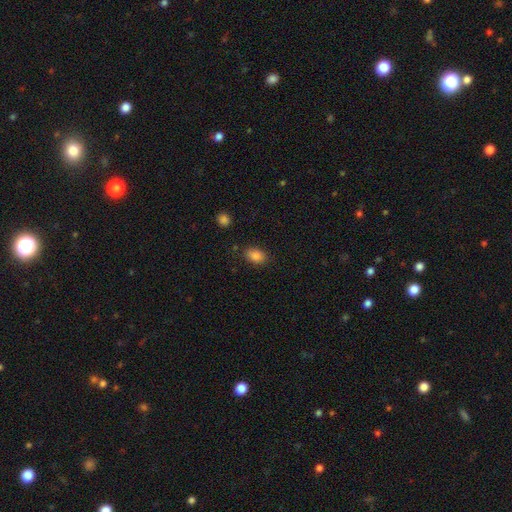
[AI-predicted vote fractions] This appears to be a smooth galaxy with no disk features (85%) that is in between round and cigar-shaped (82%). Merging: none (83%).